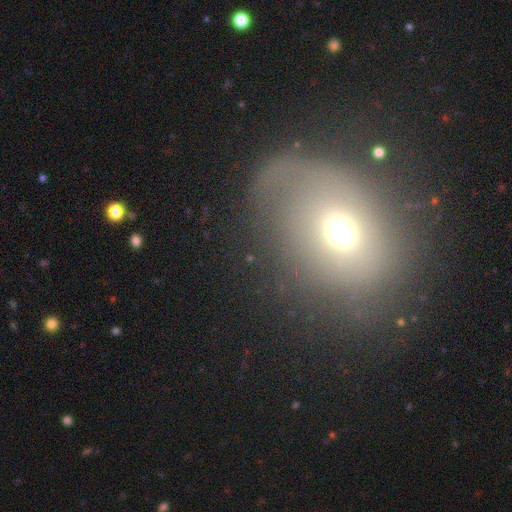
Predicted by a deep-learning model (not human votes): Morphology: type=smooth (55%); roundness=round (53%); merging=none (60%).